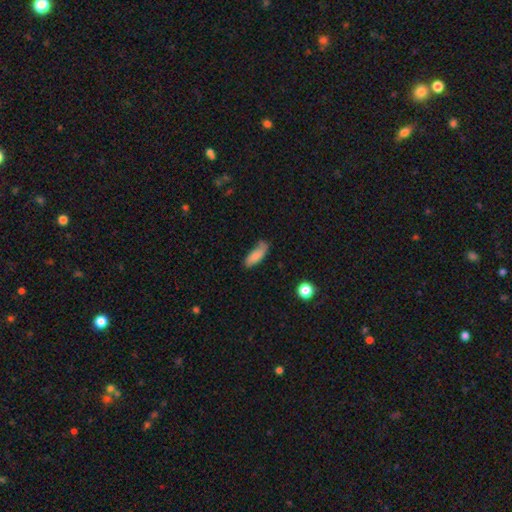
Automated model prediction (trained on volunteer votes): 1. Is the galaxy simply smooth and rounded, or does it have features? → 81% smooth, 11% featured or disk, 7% star or artifact.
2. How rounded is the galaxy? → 65% in between, 33% cigar-shaped, 2% round.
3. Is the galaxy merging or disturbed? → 56% none, 32% minor disturbance, 8% major disturbance, 4% merger.